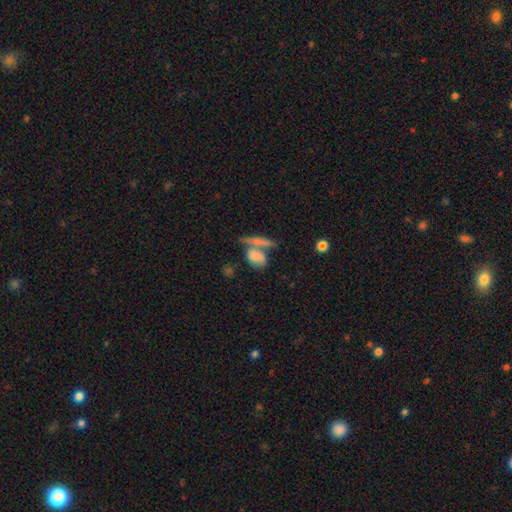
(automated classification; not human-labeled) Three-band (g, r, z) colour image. It shows a smooth galaxy with no disk features (71%) that is in between round and cigar-shaped (68%). Merging: merger (42%).